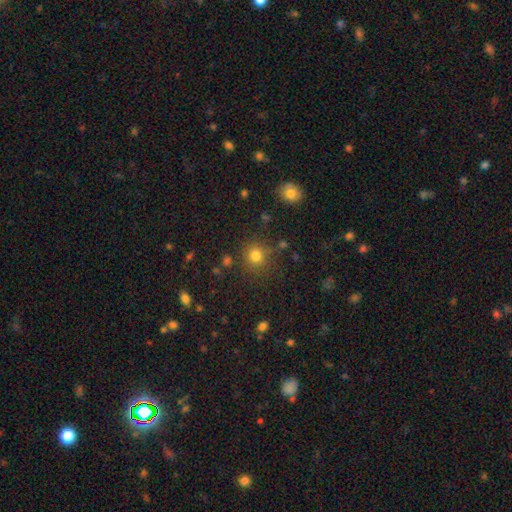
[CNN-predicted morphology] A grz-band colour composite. It shows a smooth galaxy with no disk features (79%) that is round (88%). Merging: none (81%).